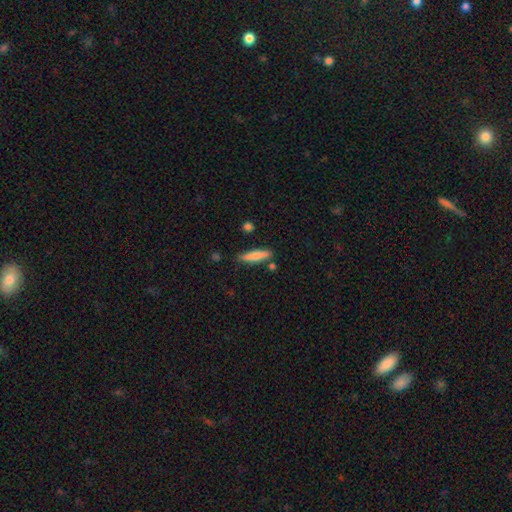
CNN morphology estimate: Smooth or featured?
  - smooth: 80% *
  - featured or disk: 14%
  - star or artifact: 6%
How rounded?
  - cigar-shaped: 83% *
  - in between: 16%
  - round: 2%
Merging?
  - none: 83% *
  - minor disturbance: 11%
  - merger: 4%
  - major disturbance: 2%